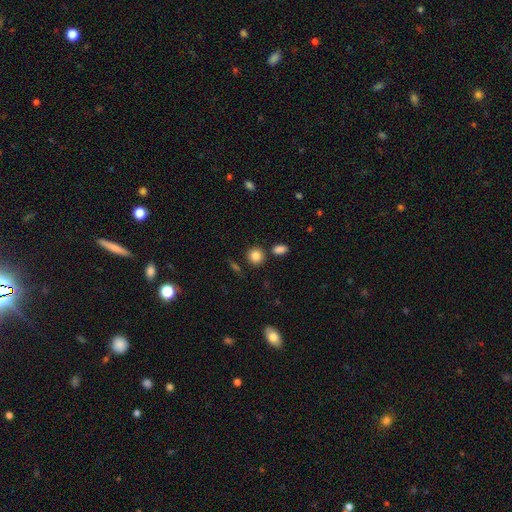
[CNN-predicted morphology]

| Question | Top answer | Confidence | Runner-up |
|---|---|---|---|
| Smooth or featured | smooth | 85% | star or artifact (10%) |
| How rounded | round | 84% | in between (15%) |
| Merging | none | 80% | minor disturbance (9%) |